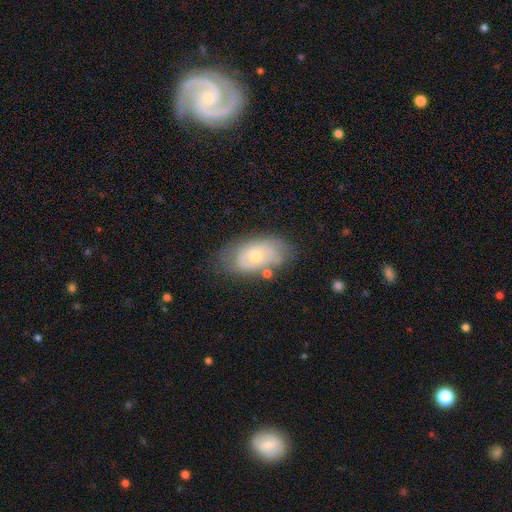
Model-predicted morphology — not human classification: Overall: featured or disk (51%; smooth 42%). Edge-on disk: no (92%). Merging: none (63%; minor disturbance 24%).